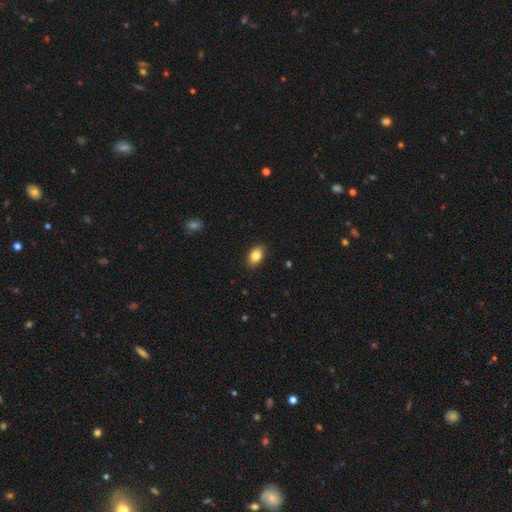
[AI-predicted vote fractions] Smooth or featured? smooth (84%)
How rounded? in between (89%)
Merging? none (89%)